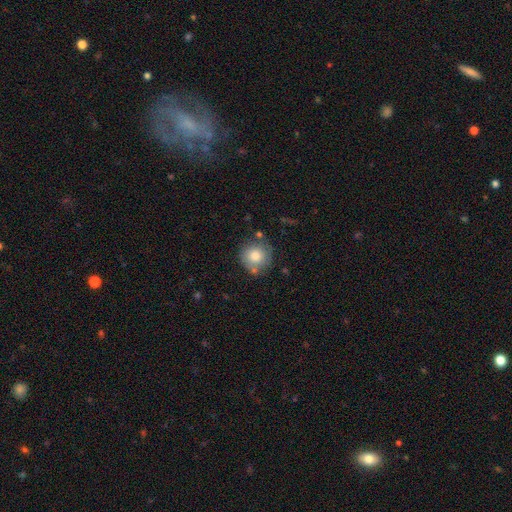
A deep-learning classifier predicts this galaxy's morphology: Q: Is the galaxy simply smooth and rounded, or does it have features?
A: smooth — 79%.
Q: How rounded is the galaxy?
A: round — 93%.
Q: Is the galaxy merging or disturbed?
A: none — 74%.